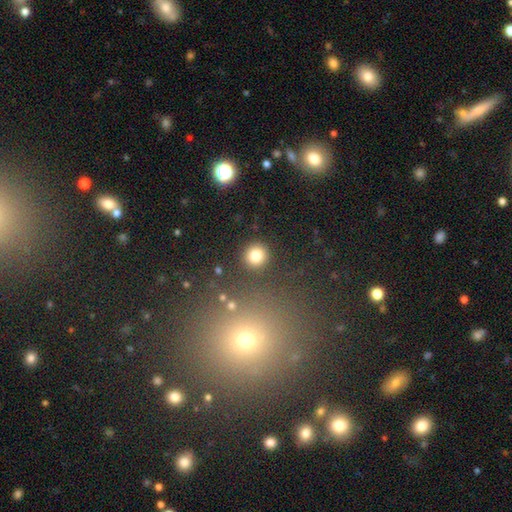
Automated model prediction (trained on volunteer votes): Q: Smooth or featured?
A: smooth (82%); runner-up: star or artifact (12%)
Q: How rounded?
A: round (92%); runner-up: in between (7%)
Q: Merging?
A: none (88%); runner-up: minor disturbance (7%)